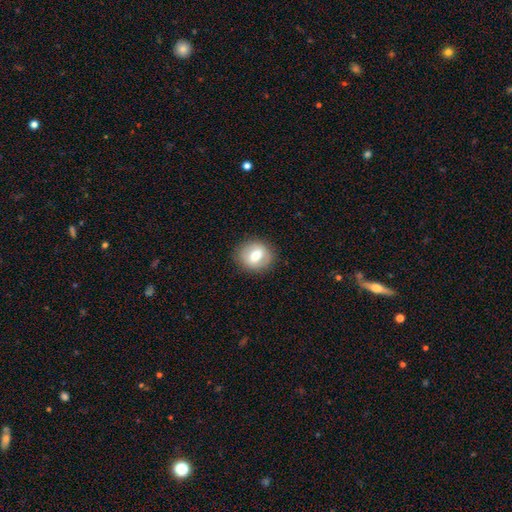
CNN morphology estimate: This is likely a smooth galaxy (65%). How rounded: likely round (72%). Merging: clearly none (86%).